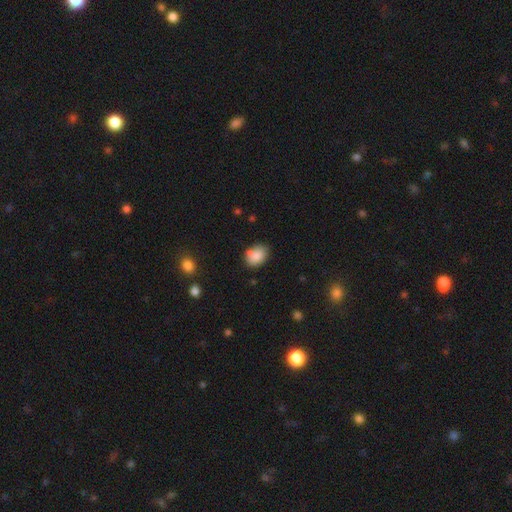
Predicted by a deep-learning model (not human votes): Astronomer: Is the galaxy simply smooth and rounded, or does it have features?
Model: smooth — 86%.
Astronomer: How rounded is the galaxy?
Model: in between — 66%.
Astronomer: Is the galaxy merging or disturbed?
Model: none — 68%.